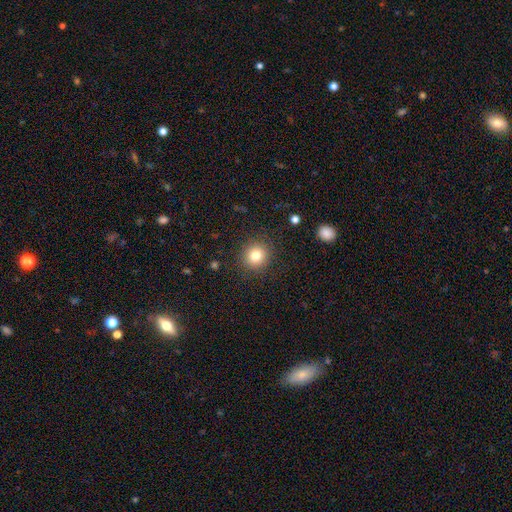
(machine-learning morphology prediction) A smooth galaxy with no disk features (80%) that is round (92%). Merging: none (89%).